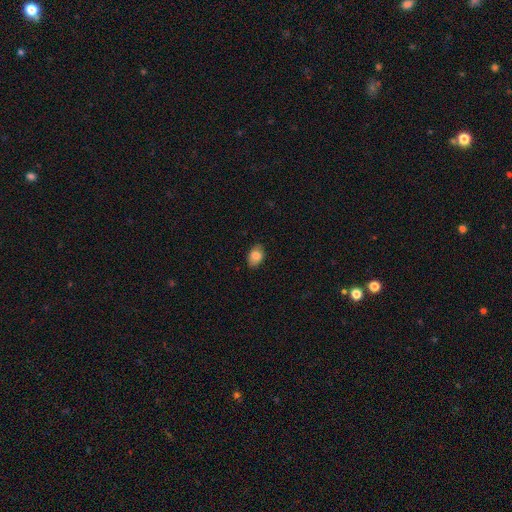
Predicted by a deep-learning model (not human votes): A smooth galaxy with no disk features (84%) that is in between round and cigar-shaped (83%).

Vote fractions:
- Smooth or featured? smooth: 84% / featured or disk: 8% / star or artifact: 8%
- How rounded? in between: 83% / round: 16% / cigar-shaped: 1%
- Merging? none: 83% / minor disturbance: 14% / major disturbance: 3% / merger: 1%